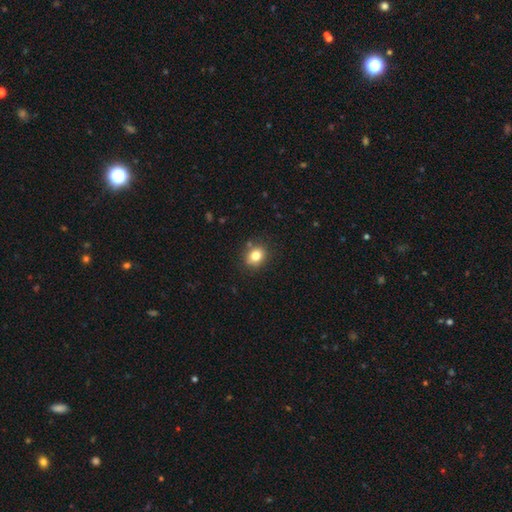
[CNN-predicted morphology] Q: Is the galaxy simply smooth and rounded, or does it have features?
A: smooth — 80%.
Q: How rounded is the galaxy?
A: round — 60%.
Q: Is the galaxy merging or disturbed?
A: none — 82%.